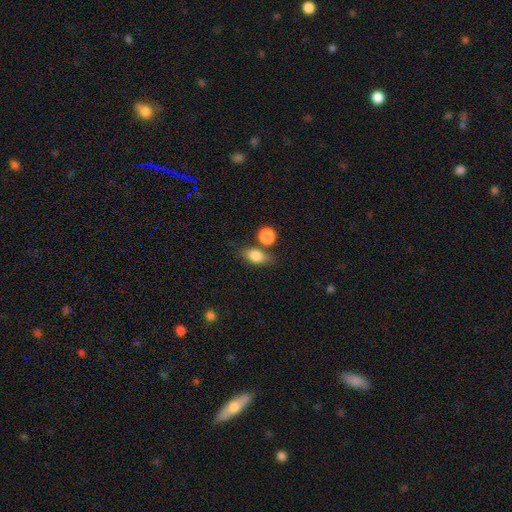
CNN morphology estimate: smooth 79%, featured or disk 12%, star or artifact 8%. Down the decision tree: how rounded — in between (75%); merging — none (66%).